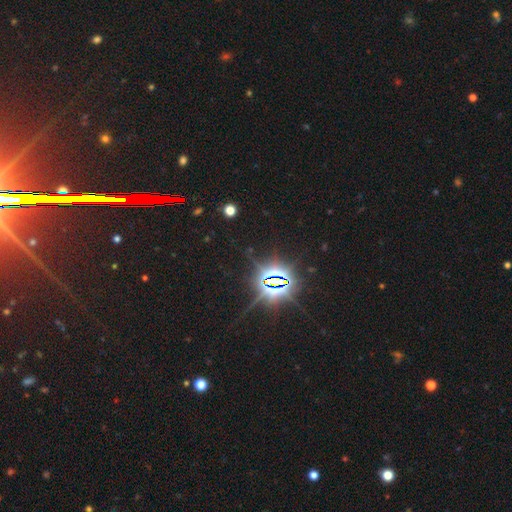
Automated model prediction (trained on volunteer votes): The model was most divided on "smooth or featured": star or artifact: 85%, smooth: 8%, featured or disk: 7%.